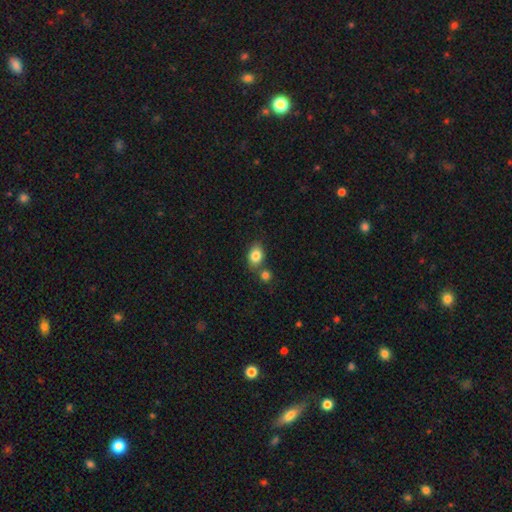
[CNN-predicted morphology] A smooth galaxy with no disk features (84%) that is in between round and cigar-shaped (69%). Merging: none (61%).